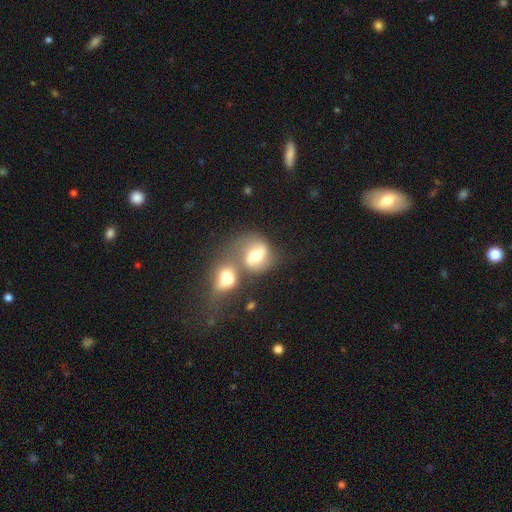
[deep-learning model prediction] A featured or disk galaxy (51%). Merging: merger (48%).